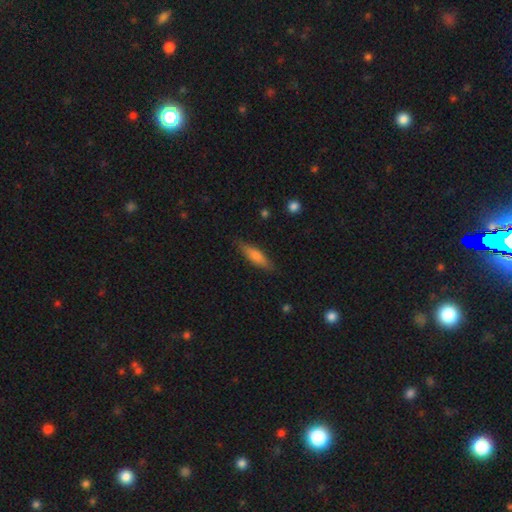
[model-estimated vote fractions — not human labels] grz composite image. It shows a smooth galaxy with no disk features (71%) that is cigar-shaped (68%). Merging: none (84%).